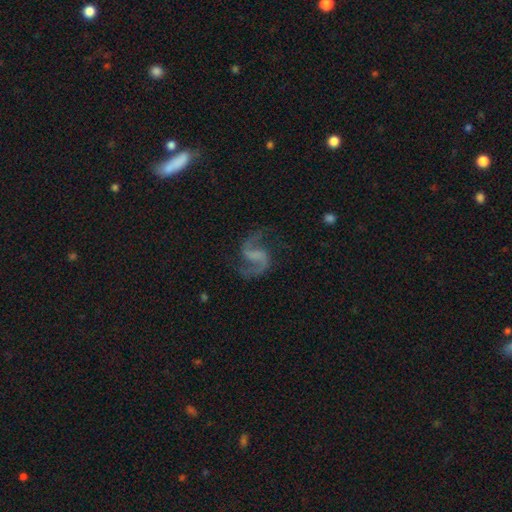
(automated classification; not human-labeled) A featured or disk galaxy (91%) with a weak bar (48%), 2 (94%) loose (48%) spiral arms (98%) and no central bulge (64%). Merging: none (77%).